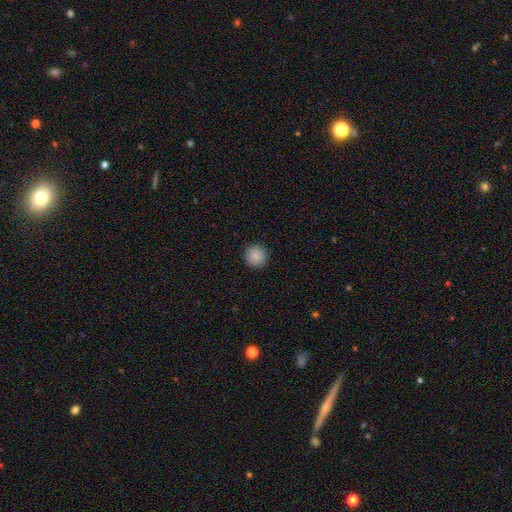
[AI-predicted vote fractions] Overall: smooth (87%). How rounded: round (94%). Merging: none (93%).